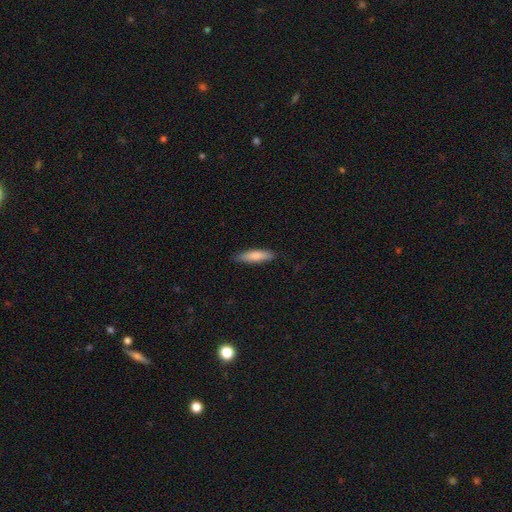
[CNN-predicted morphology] smooth 80%, featured or disk 15%, star or artifact 5%. Down the decision tree: how rounded — cigar-shaped (67%); merging — none (86%).